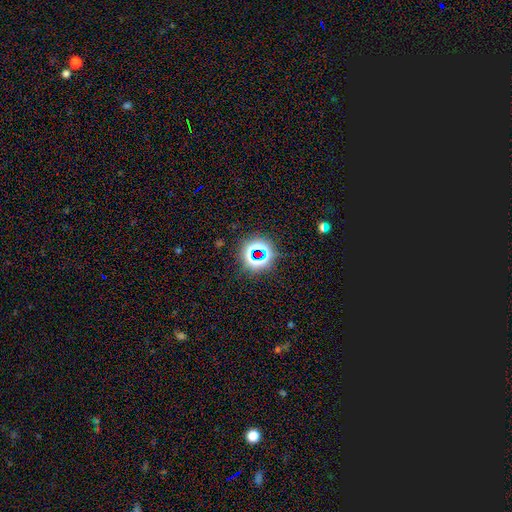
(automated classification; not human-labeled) Smooth or featured: star or artifact — 66% (smooth — 23%)